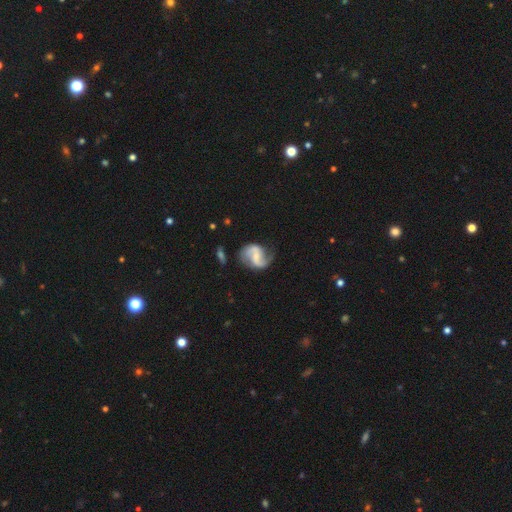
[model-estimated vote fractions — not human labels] smooth_or_featured: featured or disk (p=0.86) [alt: smooth p=0.09]
disk_edge_on: no (p=0.98) [alt: yes p=0.02]
bar: weak (p=0.46) [alt: no p=0.31]
has_spiral_arms: yes (p=0.96) [alt: no p=0.04]
spiral_winding: loose (p=0.47) [alt: medium p=0.41]
spiral_arm_count: 2 (p=0.90) [alt: 1 p=0.03]
bulge_size: small (p=0.57) [alt: moderate p=0.30]
merging: none (p=0.70) [alt: minor disturbance p=0.19]